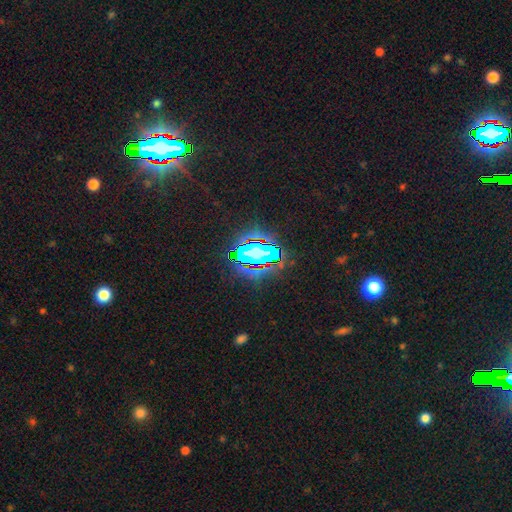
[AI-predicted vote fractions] A star or artifact, not a galaxy (73%).

Vote fractions:
- Smooth or featured? star or artifact: 73% / smooth: 15% / featured or disk: 11%